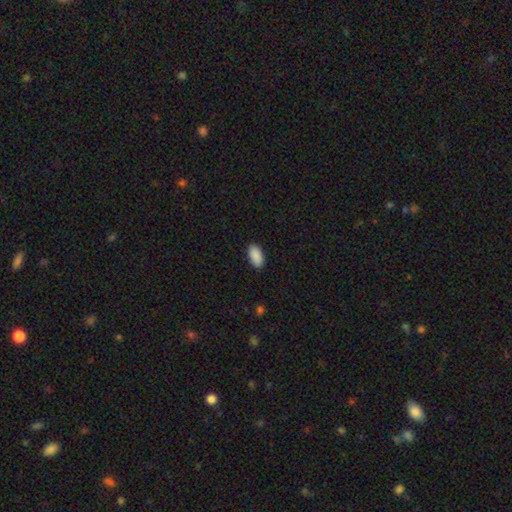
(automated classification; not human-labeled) Smooth or featured?
  - smooth: 91% *
  - star or artifact: 6%
  - featured or disk: 3%
How rounded?
  - in between: 94% *
  - cigar-shaped: 3%
  - round: 2%
Merging?
  - none: 89% *
  - minor disturbance: 8%
  - major disturbance: 2%
  - merger: 1%